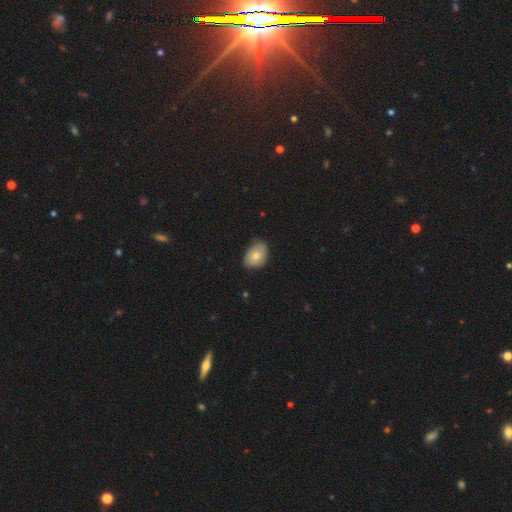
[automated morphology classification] smooth 72%, featured or disk 21%, star or artifact 7%. Down the decision tree: how rounded — in between (74%); merging — none (69%).